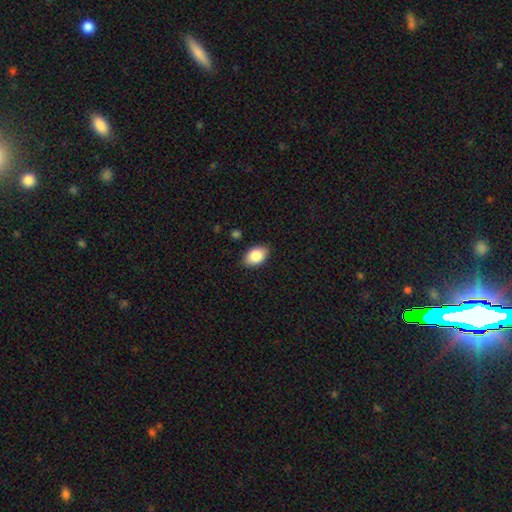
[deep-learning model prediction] This appears to be a smooth galaxy with no disk features (85%) that is in between round and cigar-shaped (88%). Merging: none (86%).